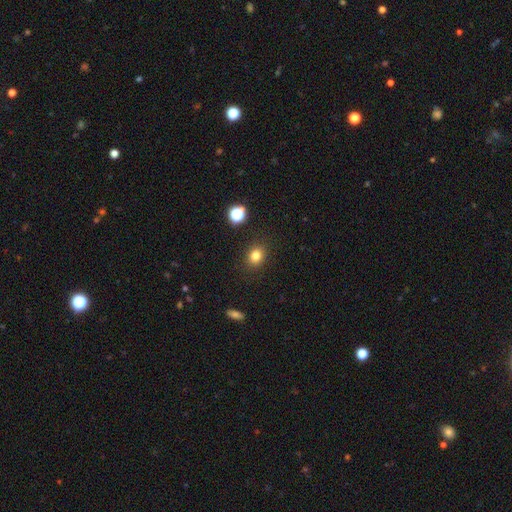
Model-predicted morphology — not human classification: Smooth or featured? smooth (80%)
How rounded? round (60%)
Merging? none (88%)